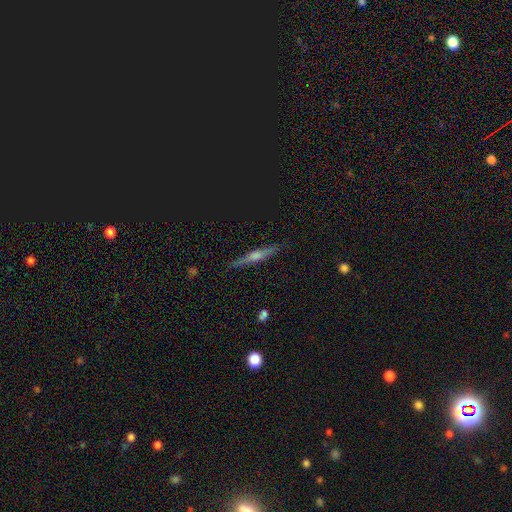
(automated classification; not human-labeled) The model was most divided on "smooth or featured": featured or disk: 66%, smooth: 23%, star or artifact: 10%. More confident: edge-on disk — yes (97%); merging — none (89%); edge-on bulge — rounded (78%).